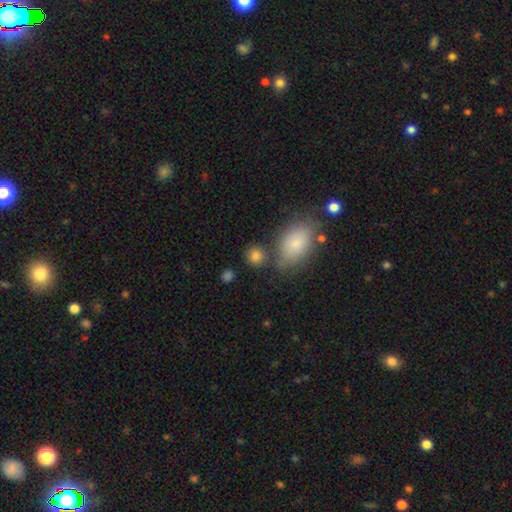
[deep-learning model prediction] Smooth or featured? Predicted: smooth (p=0.84). How rounded? Predicted: round (p=0.79). Merging? Predicted: none (p=0.73).